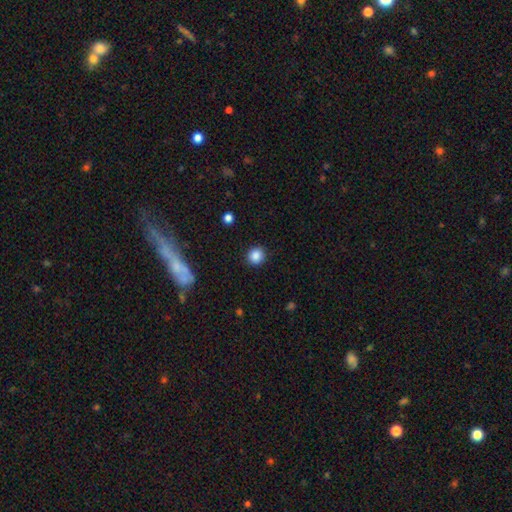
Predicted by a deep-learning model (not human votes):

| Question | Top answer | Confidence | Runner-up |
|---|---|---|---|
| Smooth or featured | smooth | 86% | star or artifact (10%) |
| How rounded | round | 89% | in between (10%) |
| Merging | none | 89% | minor disturbance (7%) |